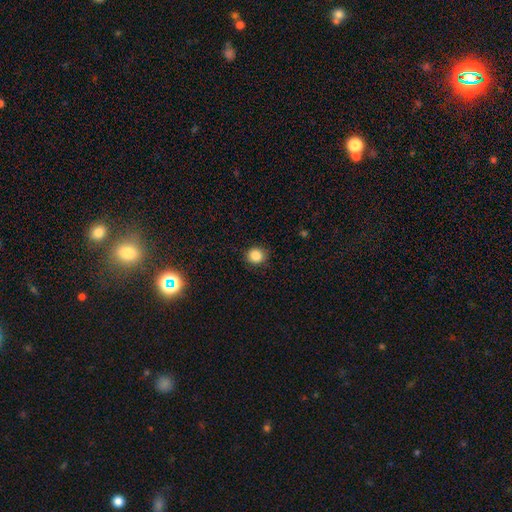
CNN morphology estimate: smooth 86%, star or artifact 11%, featured or disk 4%. Down the decision tree: how rounded — round (88%); merging — none (89%).